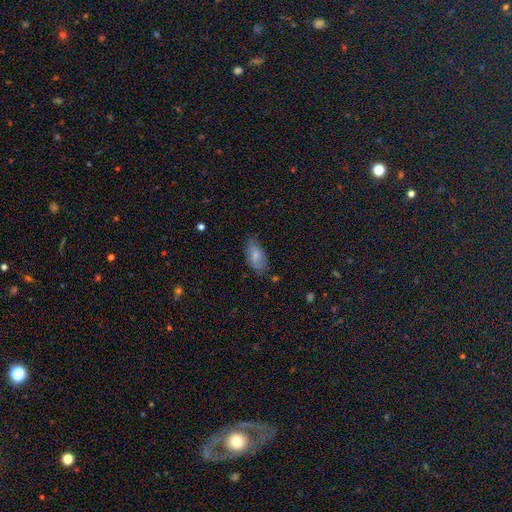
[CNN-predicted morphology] smooth_or_featured: smooth (p=0.73) [alt: featured or disk p=0.20]
how_rounded: in between (p=0.92) [alt: cigar-shaped p=0.05]
merging: none (p=0.69) [alt: minor disturbance p=0.24]